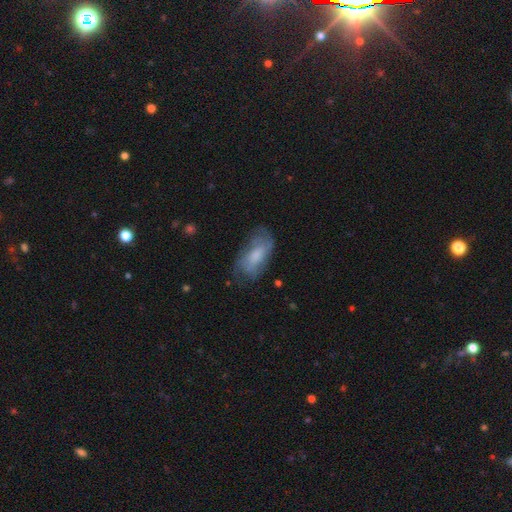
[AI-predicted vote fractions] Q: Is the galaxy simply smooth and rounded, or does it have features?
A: smooth — 55%.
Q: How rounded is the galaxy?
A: in between — 88%.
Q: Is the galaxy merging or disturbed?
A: none — 57%.